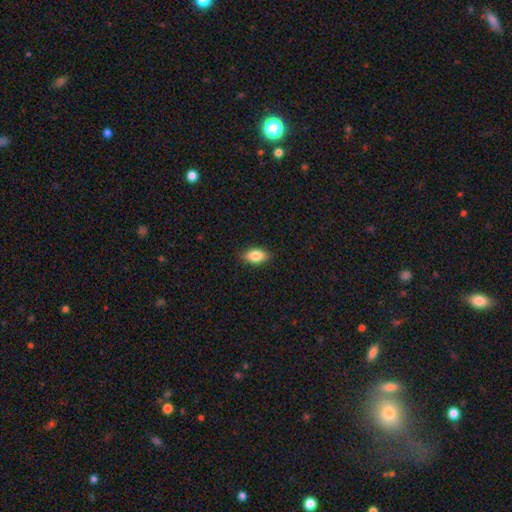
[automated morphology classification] Overall: smooth (84%). How rounded: in between (90%). Merging: none (88%).